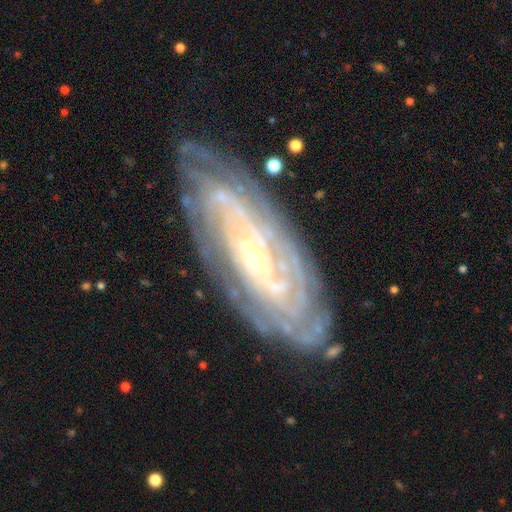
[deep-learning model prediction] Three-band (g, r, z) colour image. It shows a featured or disk galaxy (85%) with no bar (68%), tight (81%) spiral arms (94%) and a small central bulge (81%). Merging: none (78%).